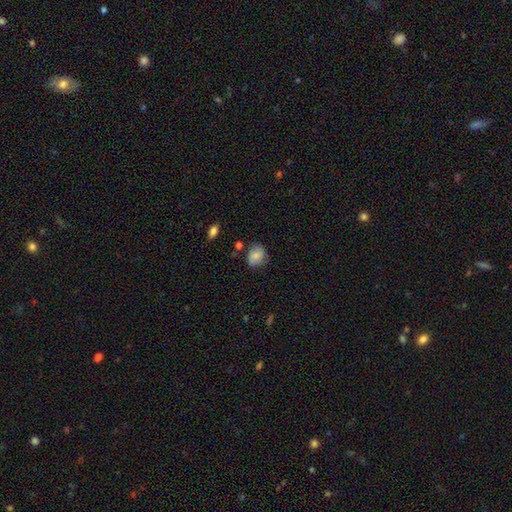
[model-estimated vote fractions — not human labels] The model was most divided on "how rounded": round: 60%, in between: 39%, cigar-shaped: 1%. More confident: smooth or featured — smooth (72%); merging — none (66%).